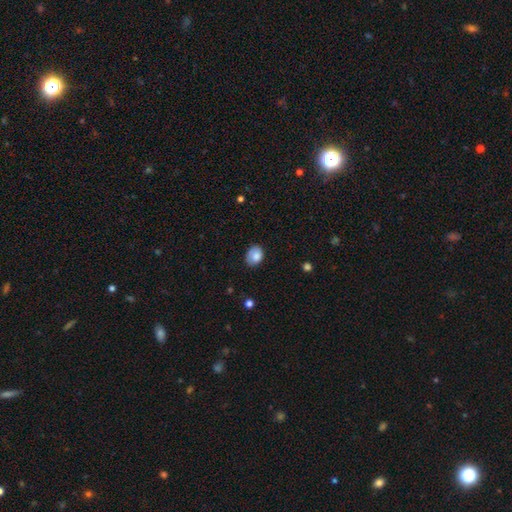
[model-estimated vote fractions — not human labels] Q: Smooth or featured?
A: smooth (80%); runner-up: featured or disk (12%)
Q: How rounded?
A: in between (67%); runner-up: round (32%)
Q: Merging?
A: none (70%); runner-up: minor disturbance (23%)